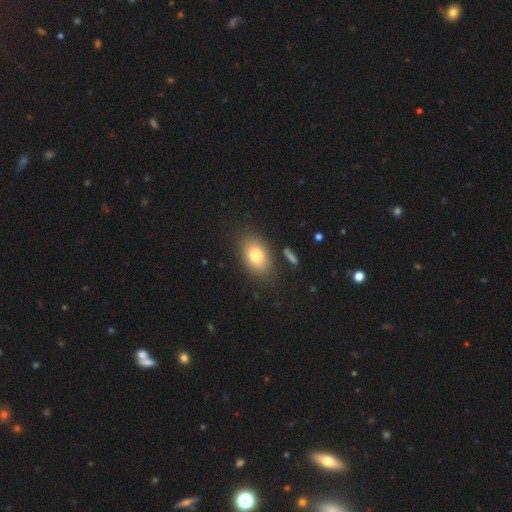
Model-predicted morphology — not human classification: A smooth galaxy with no disk features (78%) that is in between round and cigar-shaped (82%).

Vote fractions:
- Smooth or featured? smooth: 78% / featured or disk: 13% / star or artifact: 9%
- How rounded? in between: 82% / round: 16% / cigar-shaped: 2%
- Merging? none: 81% / minor disturbance: 11% / major disturbance: 4% / merger: 3%